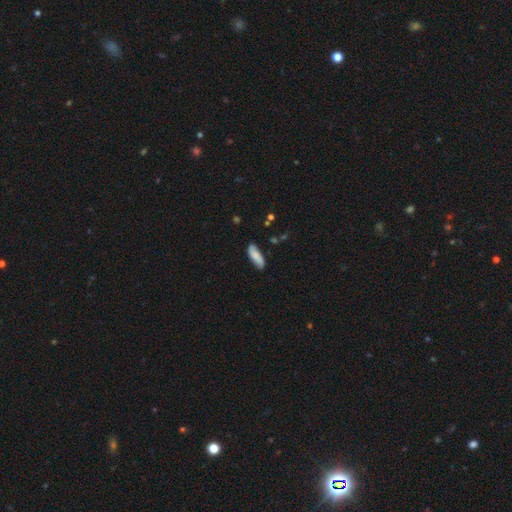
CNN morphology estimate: This is likely a smooth galaxy (79%). How rounded: likely in between (67%). Merging: clearly none (81%).